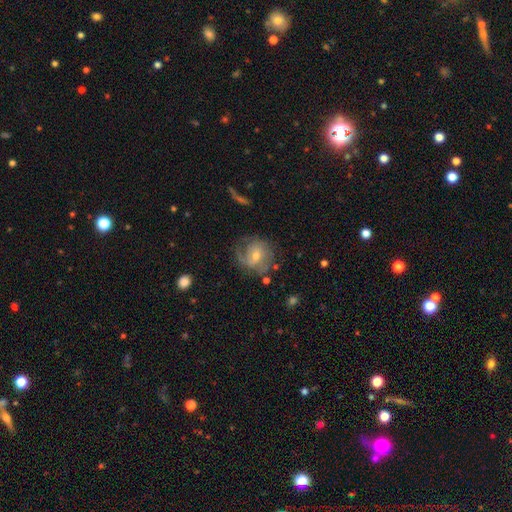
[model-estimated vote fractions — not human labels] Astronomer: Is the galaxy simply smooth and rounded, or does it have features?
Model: featured or disk — 65%.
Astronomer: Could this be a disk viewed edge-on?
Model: no — 97%.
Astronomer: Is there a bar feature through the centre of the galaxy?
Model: no — 49% (runner-up: weak, 42%).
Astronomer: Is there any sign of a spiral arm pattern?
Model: yes — 83%.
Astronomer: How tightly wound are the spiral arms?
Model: medium — 41% (runner-up: tight, 35%).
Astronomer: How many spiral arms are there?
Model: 2 — 42% (runner-up: 1, 25%).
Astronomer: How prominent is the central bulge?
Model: moderate — 59% (runner-up: small, 35%).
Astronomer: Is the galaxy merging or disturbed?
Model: none — 57%.